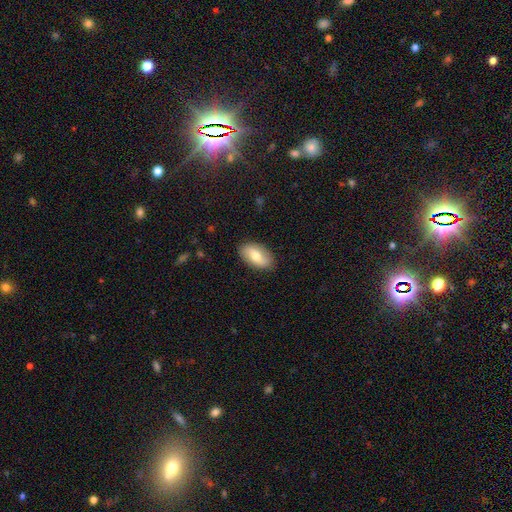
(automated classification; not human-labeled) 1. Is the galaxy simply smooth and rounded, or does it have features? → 60% smooth, 34% featured or disk, 6% star or artifact.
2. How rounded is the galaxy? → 92% in between, 5% round, 3% cigar-shaped.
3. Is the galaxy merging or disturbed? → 86% none, 10% minor disturbance, 2% major disturbance, 1% merger.